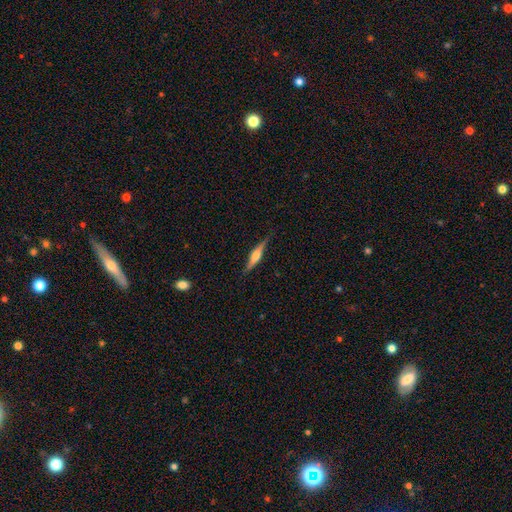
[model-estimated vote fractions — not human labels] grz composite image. It shows a featured or disk galaxy (65%) viewed edge-on (97%) with a rounded central bulge (82%). Merging: none (83%).